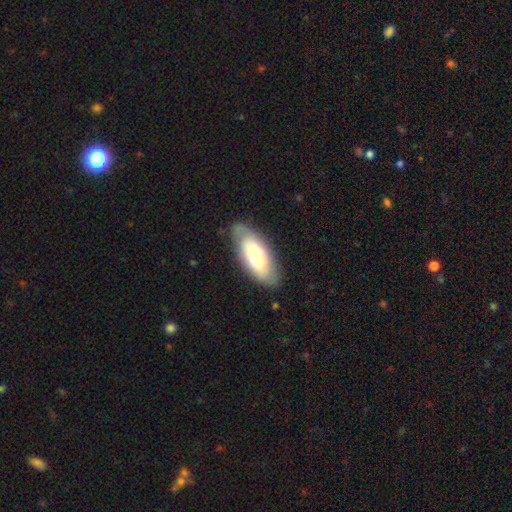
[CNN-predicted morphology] Smooth or featured? smooth (62%)
How rounded? in between (82%)
Merging? none (75%)